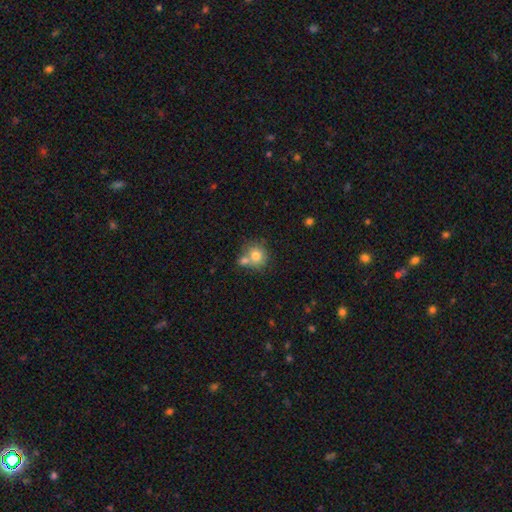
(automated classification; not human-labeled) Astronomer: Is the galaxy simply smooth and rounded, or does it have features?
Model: smooth — 76%.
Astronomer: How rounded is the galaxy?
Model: round — 84%.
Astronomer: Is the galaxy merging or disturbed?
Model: none — 47% (runner-up: merger, 40%).